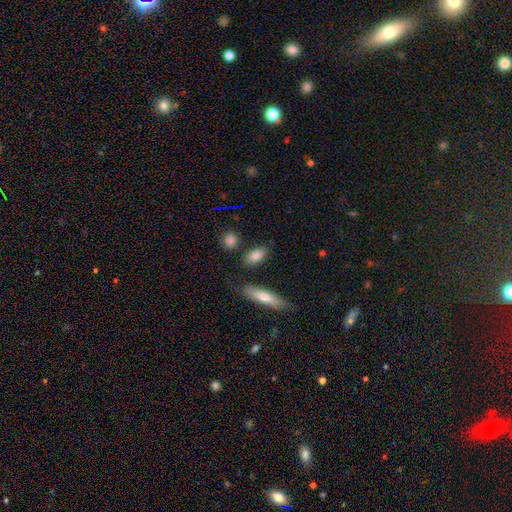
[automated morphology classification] Q: Smooth or featured?
A: smooth (82%); runner-up: featured or disk (11%)
Q: How rounded?
A: in between (80%); runner-up: cigar-shaped (13%)
Q: Merging?
A: none (80%); runner-up: minor disturbance (12%)